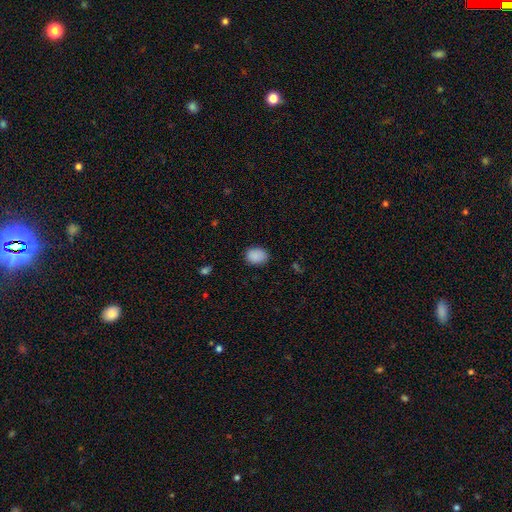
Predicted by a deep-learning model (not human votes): Q: Smooth or featured?
A: smooth (89%); runner-up: star or artifact (8%)
Q: How rounded?
A: in between (57%); runner-up: round (42%)
Q: Merging?
A: none (84%); runner-up: minor disturbance (12%)